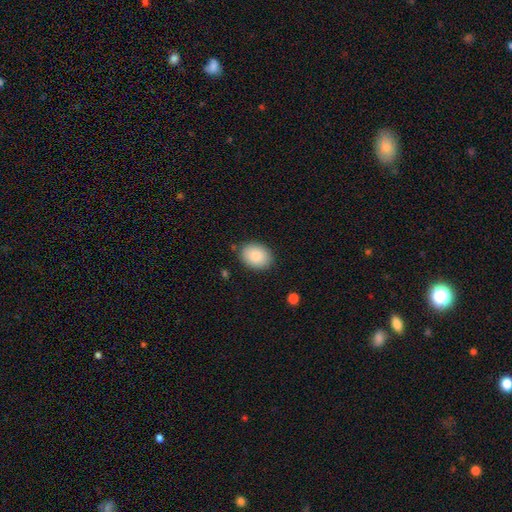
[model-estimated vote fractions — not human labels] Smooth or featured: smooth — 86% (star or artifact — 7%)
How rounded: in between — 70% (round — 29%)
Merging: none — 85% (minor disturbance — 11%)